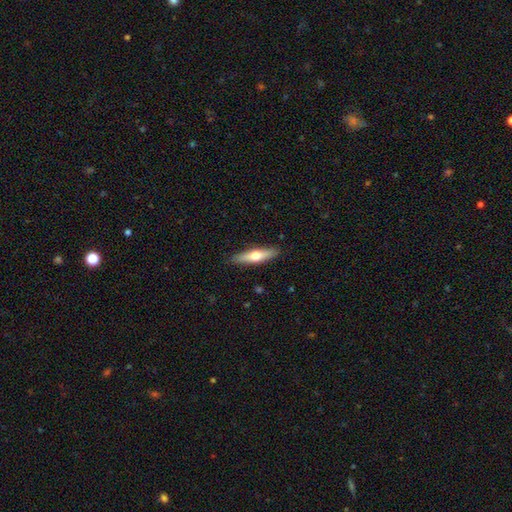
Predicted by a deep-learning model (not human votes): A smooth galaxy with no disk features (53%) that is cigar-shaped (76%).

Vote fractions:
- Smooth or featured? smooth: 53% / featured or disk: 41% / star or artifact: 5%
- How rounded? cigar-shaped: 76% / in between: 22% / round: 2%
- Merging? none: 89% / minor disturbance: 8% / major disturbance: 2% / merger: 1%